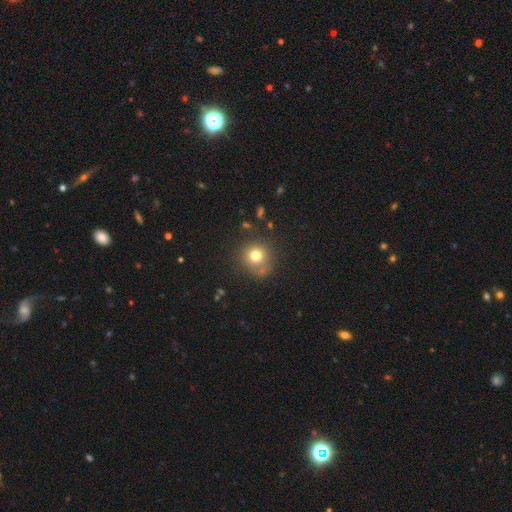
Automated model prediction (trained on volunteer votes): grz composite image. It shows a smooth galaxy with no disk features (75%) that is round (90%). Merging: none (73%).